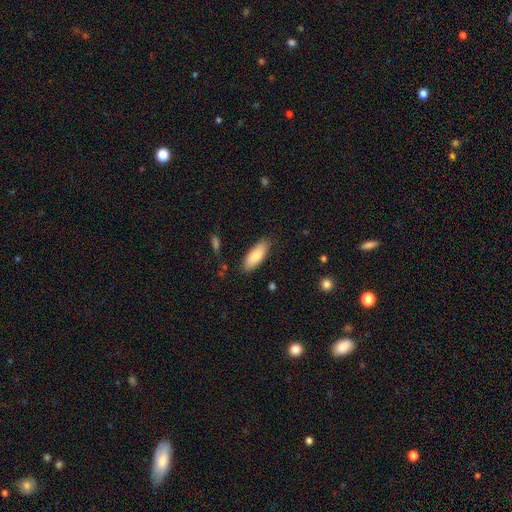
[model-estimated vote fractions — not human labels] Overall: smooth (83%). How rounded: in between (74%). Merging: none (83%).